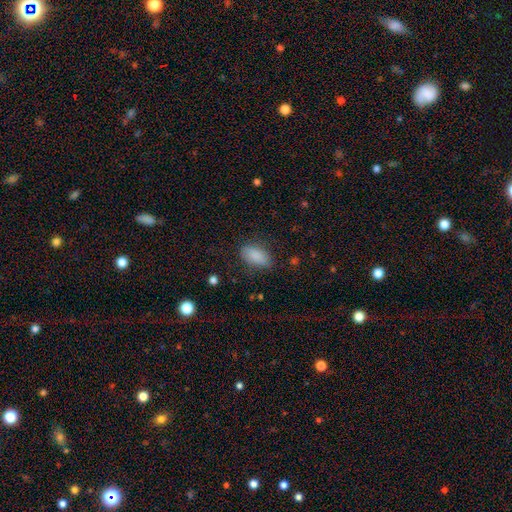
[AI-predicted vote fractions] A smooth galaxy with no disk features (85%) that is in between round and cigar-shaped (92%).

Vote fractions:
- Smooth or featured? smooth: 85% / star or artifact: 8% / featured or disk: 7%
- How rounded? in between: 92% / round: 4% / cigar-shaped: 3%
- Merging? none: 73% / minor disturbance: 19% / major disturbance: 6% / merger: 2%